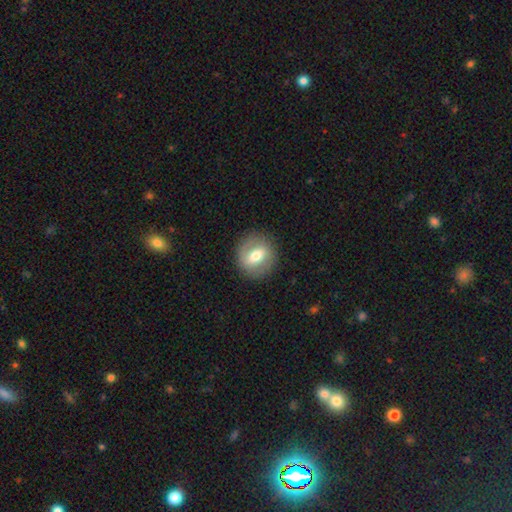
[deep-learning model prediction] smooth-or-featured: smooth: 51% | featured or disk: 42% | star or artifact: 7%
  how-rounded: round: 76% | in between: 23% | cigar-shaped: 1%
  merging: none: 86% | minor disturbance: 9% | major disturbance: 4% | merger: 1%